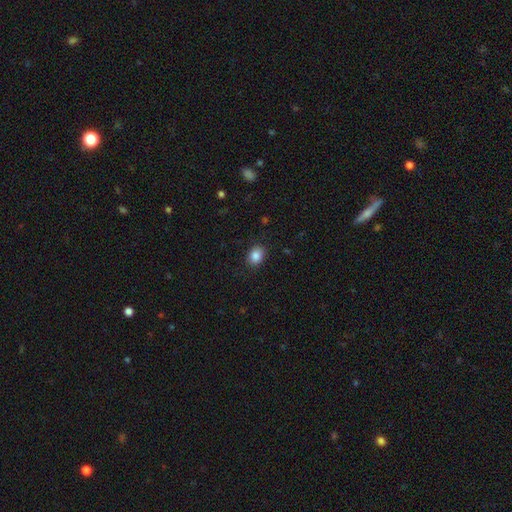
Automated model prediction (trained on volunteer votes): A smooth galaxy with no disk features (87%) that is in between round and cigar-shaped (67%). Merging: none (87%).